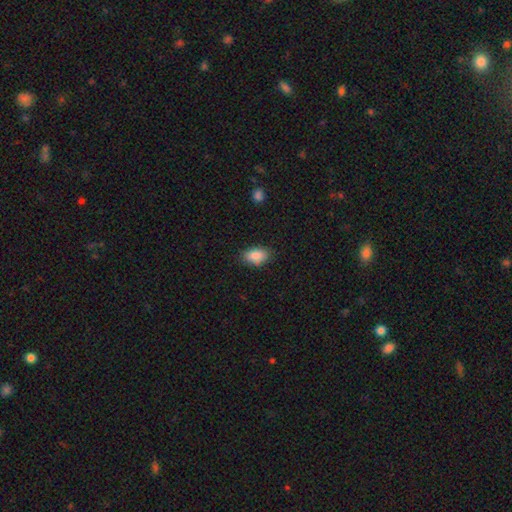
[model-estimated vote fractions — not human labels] smooth_or_featured: smooth (p=0.87) [alt: star or artifact p=0.07]
how_rounded: in between (p=0.90) [alt: round p=0.08]
merging: none (p=0.80) [alt: minor disturbance p=0.15]